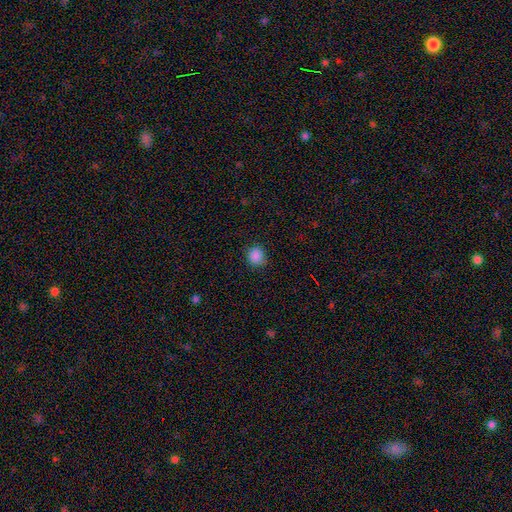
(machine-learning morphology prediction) Smooth or featured? smooth (87%)
How rounded? round (83%)
Merging? none (86%)